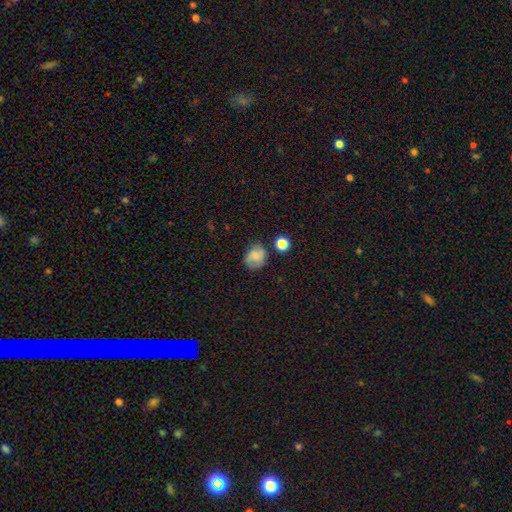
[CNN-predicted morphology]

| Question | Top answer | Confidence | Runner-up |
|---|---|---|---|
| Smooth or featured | smooth | 68% | featured or disk (21%) |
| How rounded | round | 64% | in between (35%) |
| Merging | none | 66% | minor disturbance (21%) |